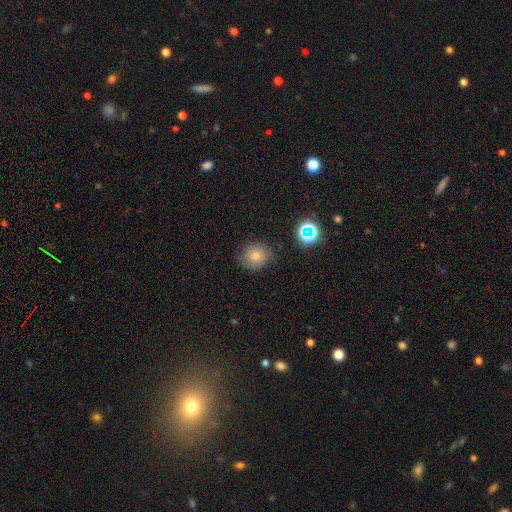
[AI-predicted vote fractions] Overall: smooth (67%). How rounded: round (82%). Merging: none (81%).